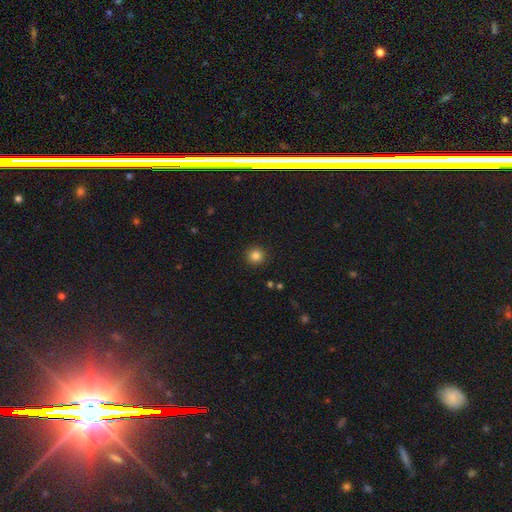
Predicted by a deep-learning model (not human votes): Smooth or featured? Predicted: smooth (p=0.84). How rounded? Predicted: round (p=0.95). Merging? Predicted: none (p=0.92).